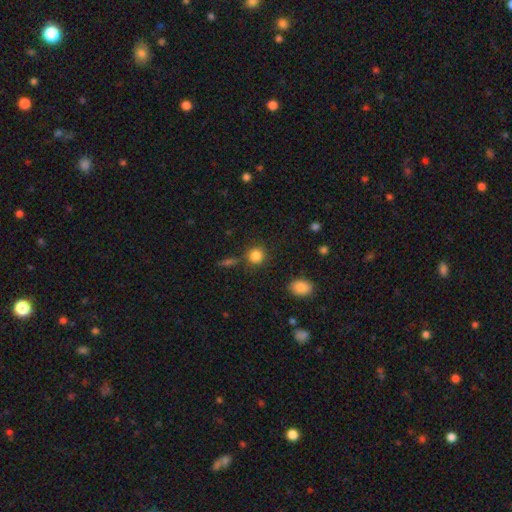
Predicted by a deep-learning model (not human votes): Q: Smooth or featured?
A: smooth (84%); runner-up: star or artifact (11%)
Q: How rounded?
A: round (88%); runner-up: in between (10%)
Q: Merging?
A: none (81%); runner-up: minor disturbance (10%)